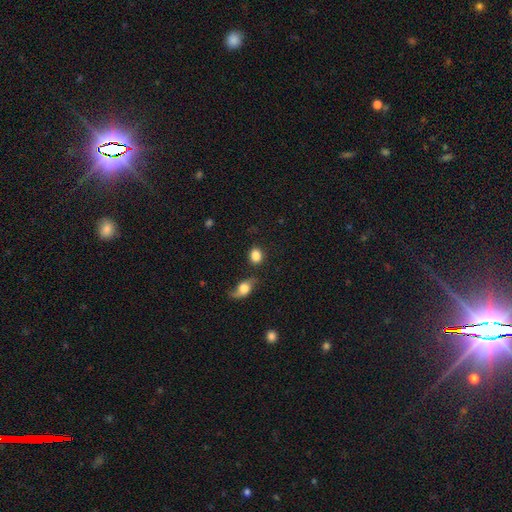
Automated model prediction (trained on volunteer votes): smooth-or-featured: smooth: 84% | star or artifact: 9% | featured or disk: 7%
  how-rounded: in between: 49% (tied) | round: 49% (tied) | cigar-shaped: 2%
  merging: none: 74% | minor disturbance: 13% | merger: 8% | major disturbance: 5%